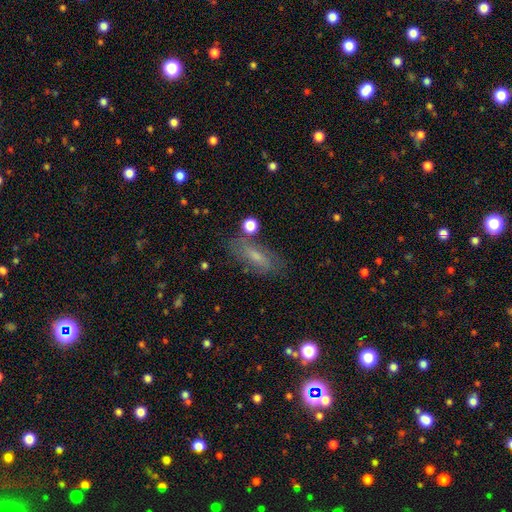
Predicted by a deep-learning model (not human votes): The model was most divided on "smooth or featured": smooth: 45%, featured or disk: 40%, star or artifact: 15%. More confident: merging — none (71%).